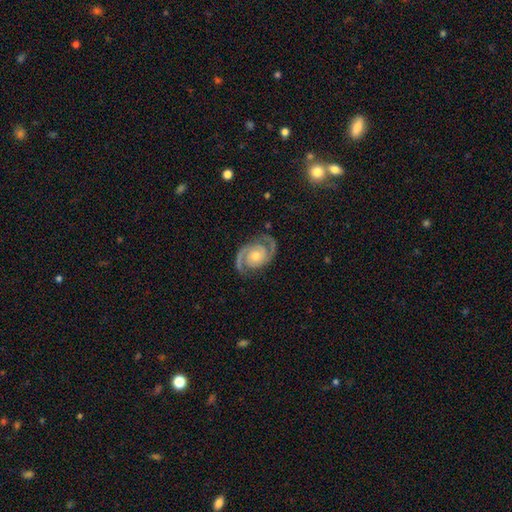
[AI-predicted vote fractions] featured or disk 92%, star or artifact 4%, smooth 3%. Down the decision tree: edge-on disk — no (98%); bar — no (72%); spiral arms — yes (98%); spiral arm count — 2 (94%); spiral winding — medium (48%); bulge size — moderate (54%); merging — none (82%).